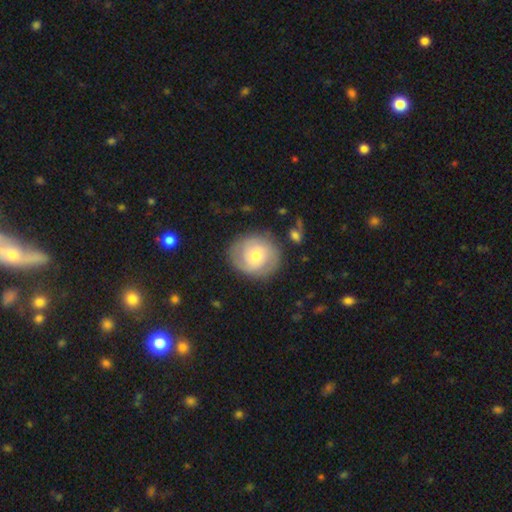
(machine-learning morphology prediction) A smooth galaxy with no disk features (48%). Merging: none (80%).